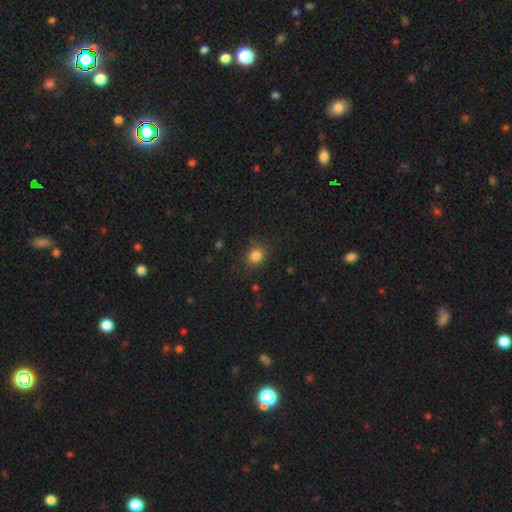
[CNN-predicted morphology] Smooth or featured: smooth — 83% (star or artifact — 12%)
How rounded: round — 63% (in between — 36%)
Merging: none — 81% (minor disturbance — 14%)